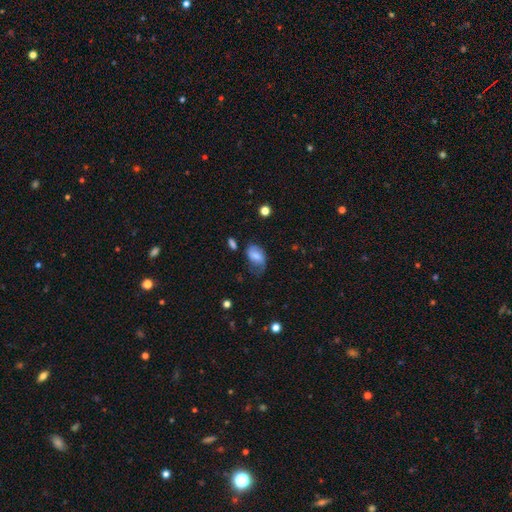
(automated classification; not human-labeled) A smooth galaxy with no disk features (62%) that is in between round and cigar-shaped (87%).

Vote fractions:
- Smooth or featured? smooth: 62% / featured or disk: 29% / star or artifact: 9%
- How rounded? in between: 87% / round: 11% / cigar-shaped: 2%
- Merging? none: 46% / minor disturbance: 33% / major disturbance: 18% / merger: 3%